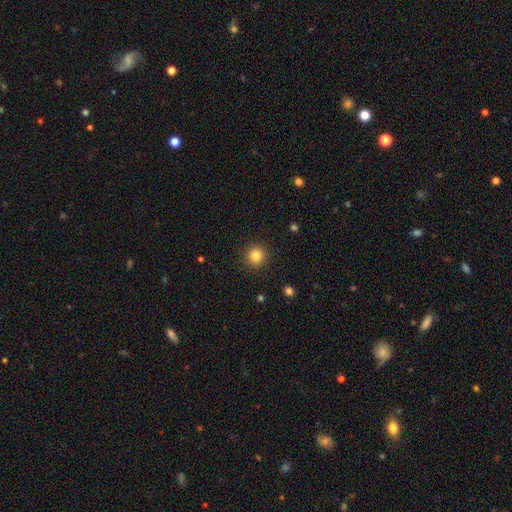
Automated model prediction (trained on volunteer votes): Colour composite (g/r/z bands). It shows a smooth galaxy with no disk features (84%) that is round (93%). Merging: none (91%).